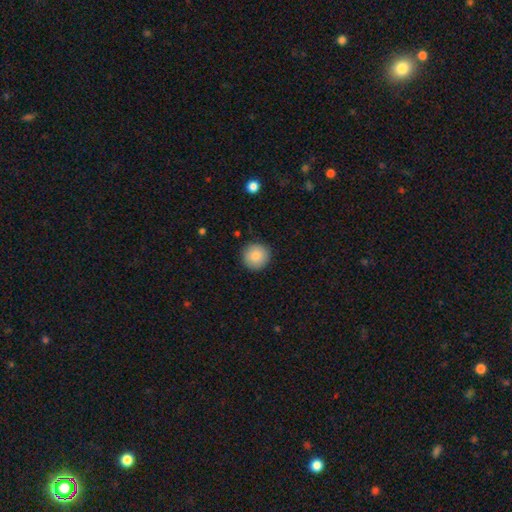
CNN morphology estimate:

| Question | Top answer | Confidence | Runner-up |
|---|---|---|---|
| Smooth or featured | smooth | 86% | star or artifact (7%) |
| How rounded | round | 94% | in between (5%) |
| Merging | none | 90% | minor disturbance (7%) |